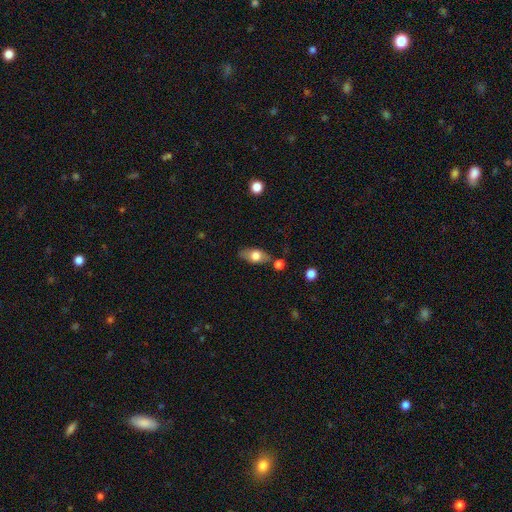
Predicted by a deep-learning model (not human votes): A smooth galaxy with no disk features (66%) that is in between round and cigar-shaped (83%).

Vote fractions:
- Smooth or featured? smooth: 66% / featured or disk: 26% / star or artifact: 7%
- How rounded? in between: 83% / cigar-shaped: 9% / round: 8%
- Merging? none: 71% / minor disturbance: 17% / merger: 8% / major disturbance: 4%